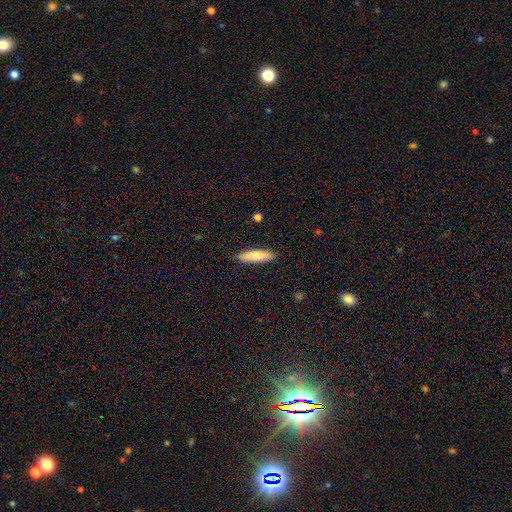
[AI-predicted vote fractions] Overall: smooth (78%). How rounded: cigar-shaped (81%). Merging: none (88%).